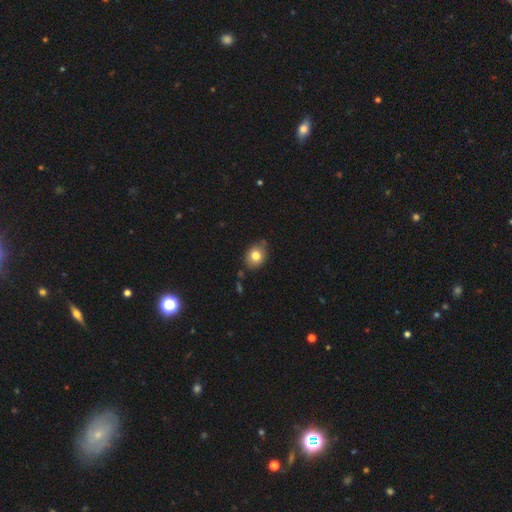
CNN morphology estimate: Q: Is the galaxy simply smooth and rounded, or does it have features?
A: smooth — 80%.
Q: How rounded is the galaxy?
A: round — 50%.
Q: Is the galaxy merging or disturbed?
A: none — 78%.